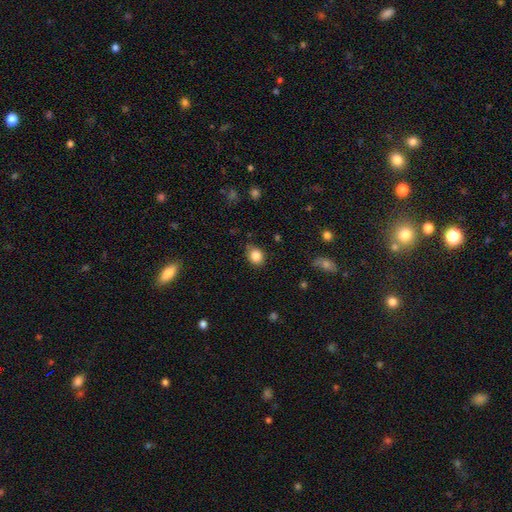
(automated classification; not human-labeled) A smooth galaxy with no disk features (85%) that is round (56%).

Vote fractions:
- Smooth or featured? smooth: 85% / star or artifact: 10% / featured or disk: 6%
- How rounded? round: 56% / in between: 43% / cigar-shaped: 1%
- Merging? none: 80% / minor disturbance: 15% / major disturbance: 3% / merger: 2%